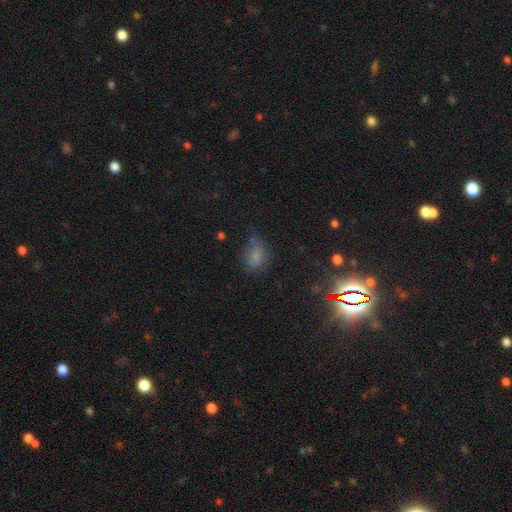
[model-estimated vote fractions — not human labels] A smooth galaxy with no disk features (66%) that is in between round and cigar-shaped (59%).

Vote fractions:
- Smooth or featured? smooth: 66% / star or artifact: 22% / featured or disk: 12%
- How rounded? in between: 59% / round: 40% / cigar-shaped: 2%
- Merging? none: 57% / minor disturbance: 27% / major disturbance: 11% / merger: 4%